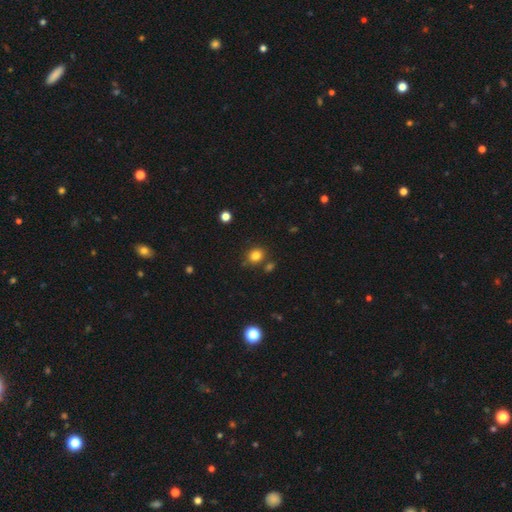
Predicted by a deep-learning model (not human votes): This appears to be a smooth galaxy with no disk features (81%) that is round (72%). Merging: none (77%).